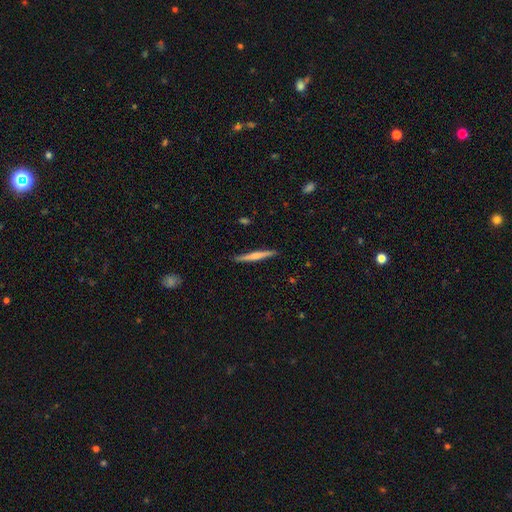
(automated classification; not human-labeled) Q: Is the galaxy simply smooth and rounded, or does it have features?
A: featured or disk — 53%.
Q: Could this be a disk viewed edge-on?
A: yes — 98%.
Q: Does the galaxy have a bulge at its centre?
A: rounded — 57%.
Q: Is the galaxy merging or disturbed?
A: none — 90%.